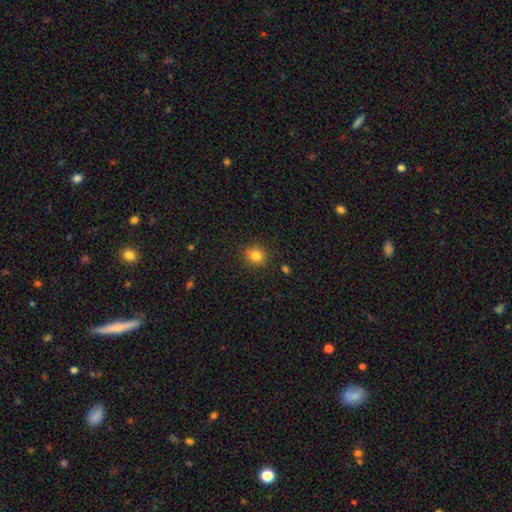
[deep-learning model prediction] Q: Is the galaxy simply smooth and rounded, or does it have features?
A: smooth — 82%.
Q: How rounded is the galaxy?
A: round — 77%.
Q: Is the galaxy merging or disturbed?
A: none — 88%.